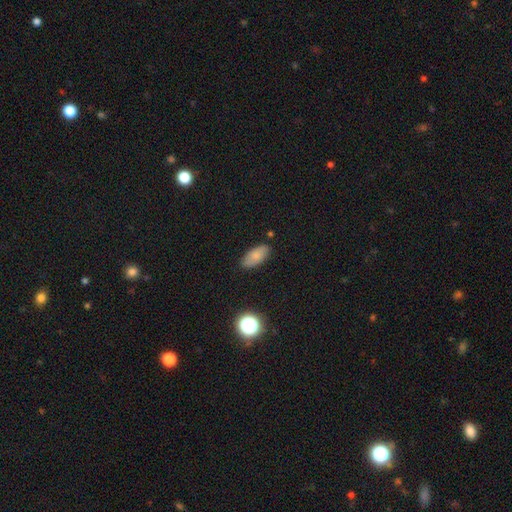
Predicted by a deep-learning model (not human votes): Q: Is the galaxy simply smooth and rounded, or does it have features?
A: smooth — 78%.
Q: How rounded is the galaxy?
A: in between — 89%.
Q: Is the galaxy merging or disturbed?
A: none — 83%.